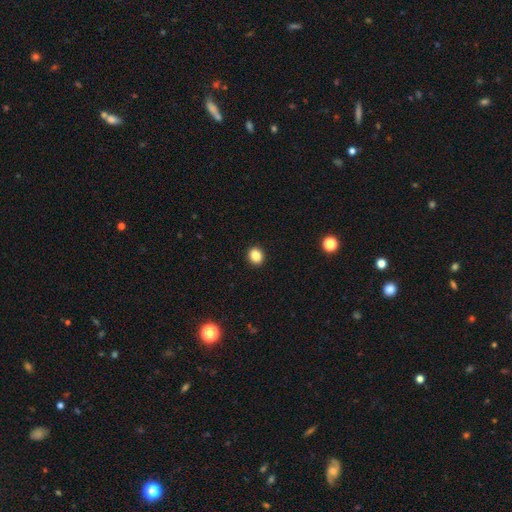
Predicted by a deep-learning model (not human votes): Smooth or featured? smooth (85%)
How rounded? round (68%)
Merging? none (92%)